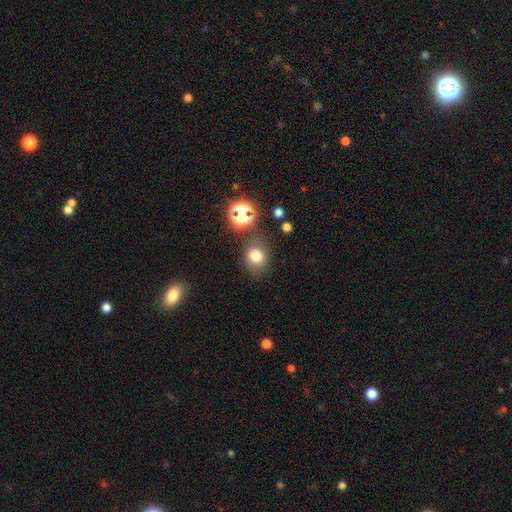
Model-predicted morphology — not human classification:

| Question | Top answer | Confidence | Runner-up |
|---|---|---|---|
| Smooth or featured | smooth | 74% | star or artifact (17%) |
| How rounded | round | 63% | in between (36%) |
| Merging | none | 73% | minor disturbance (15%) |